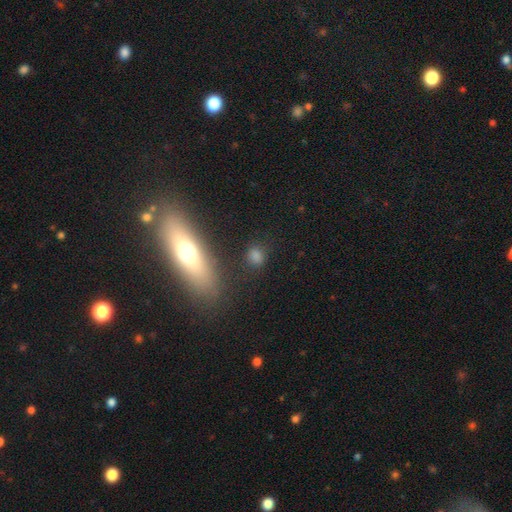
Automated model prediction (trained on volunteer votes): smooth 69%, star or artifact 16%, featured or disk 14%. Down the decision tree: how rounded — round (55%); merging — none (77%).